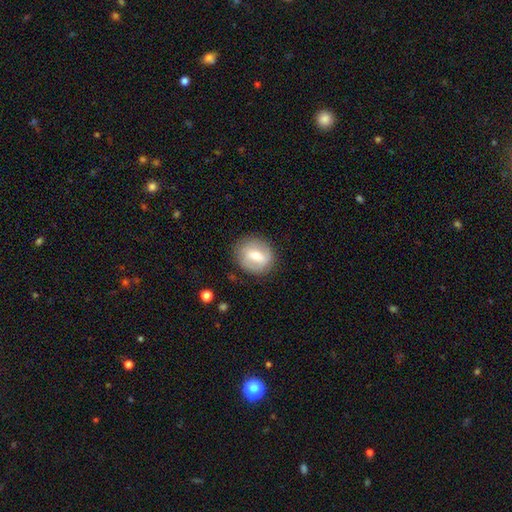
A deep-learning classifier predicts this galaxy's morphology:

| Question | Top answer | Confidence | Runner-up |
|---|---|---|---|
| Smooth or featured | smooth | 48% | featured or disk (45%) |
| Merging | none | 82% | minor disturbance (12%) |